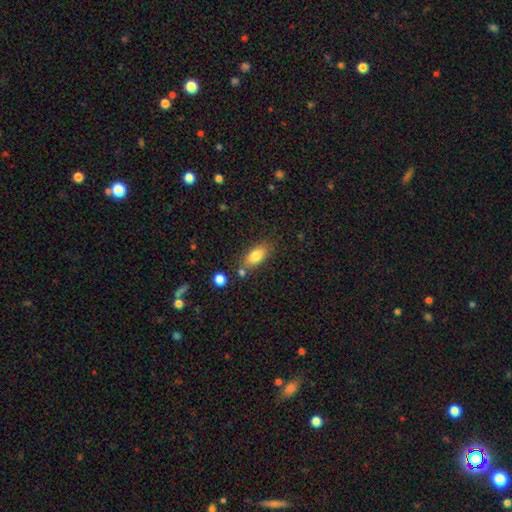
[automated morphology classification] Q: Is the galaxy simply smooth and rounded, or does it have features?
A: smooth — 81%.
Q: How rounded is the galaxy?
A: in between — 85%.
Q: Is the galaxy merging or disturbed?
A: none — 71%.